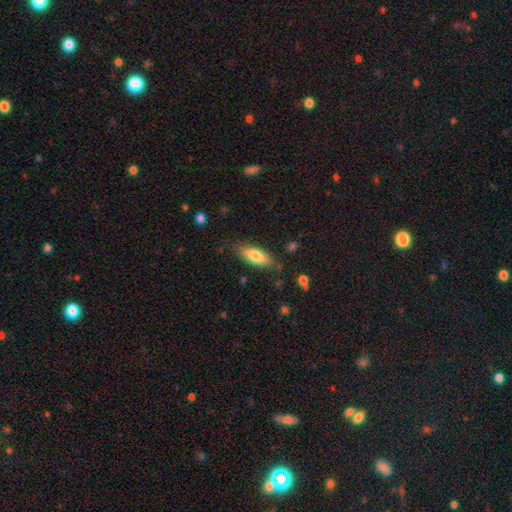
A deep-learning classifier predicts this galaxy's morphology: smooth-or-featured: smooth: 78% | featured or disk: 16% | star or artifact: 6%
  how-rounded: in between: 73% | cigar-shaped: 25% | round: 2%
  merging: none: 79% | minor disturbance: 15% | major disturbance: 3% | merger: 2%